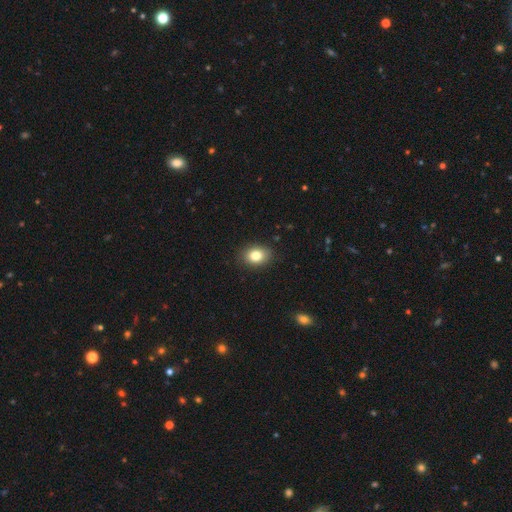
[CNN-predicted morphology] A smooth galaxy with no disk features (83%) that is in between round and cigar-shaped (67%).

Vote fractions:
- Smooth or featured? smooth: 83% / star or artifact: 9% / featured or disk: 7%
- How rounded? in between: 67% / round: 32% / cigar-shaped: 1%
- Merging? none: 87% / minor disturbance: 9% / major disturbance: 2% / merger: 1%